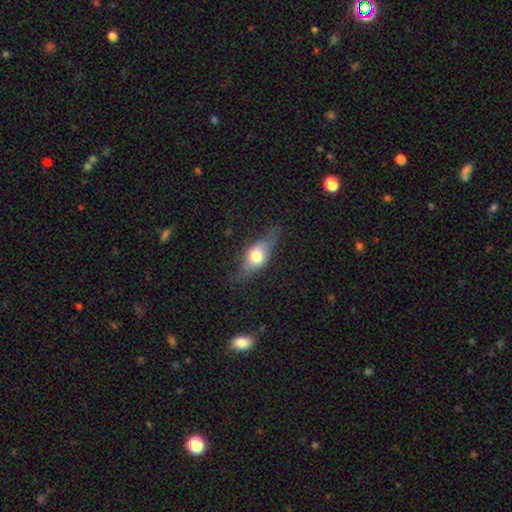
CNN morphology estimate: Q: Smooth or featured?
A: smooth (53%); runner-up: featured or disk (39%)
Q: How rounded?
A: in between (72%); runner-up: cigar-shaped (18%)
Q: Merging?
A: none (63%); runner-up: minor disturbance (25%)